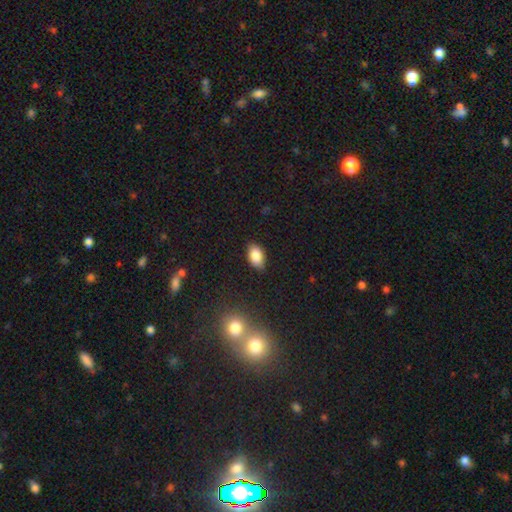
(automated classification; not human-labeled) Smooth or featured?
  - smooth: 85% *
  - star or artifact: 8%
  - featured or disk: 6%
How rounded?
  - in between: 91% *
  - round: 6%
  - cigar-shaped: 2%
Merging?
  - none: 83% *
  - minor disturbance: 13%
  - major disturbance: 2%
  - merger: 1%